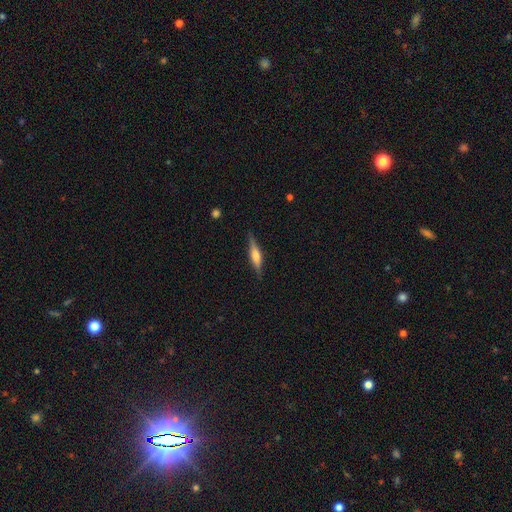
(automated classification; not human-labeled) Overall: featured or disk (58%; smooth 36%). Edge-on disk: yes (96%). Edge-on bulge: rounded (73%). Merging: none (87%).